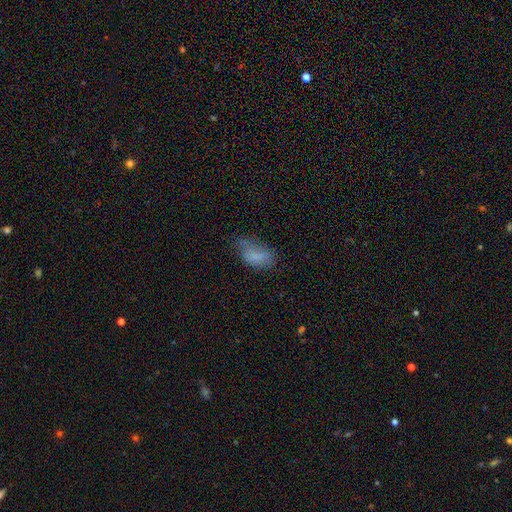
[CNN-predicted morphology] Overall: smooth (72%). How rounded: in between (92%). Merging: none (40%; minor disturbance 36%).